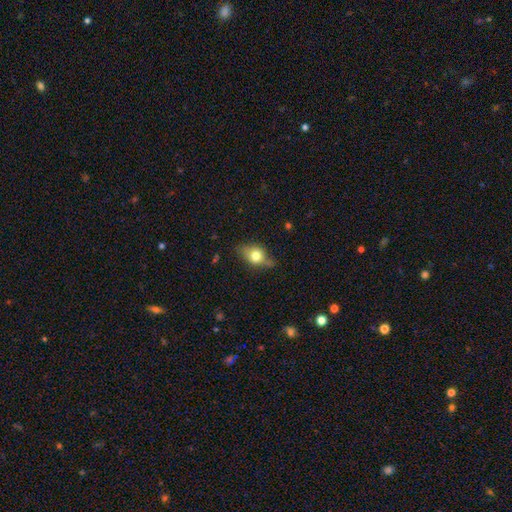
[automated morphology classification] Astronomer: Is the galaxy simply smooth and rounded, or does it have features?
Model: smooth — 65%.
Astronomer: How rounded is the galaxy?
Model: in between — 69%.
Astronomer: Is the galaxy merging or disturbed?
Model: none — 63%.